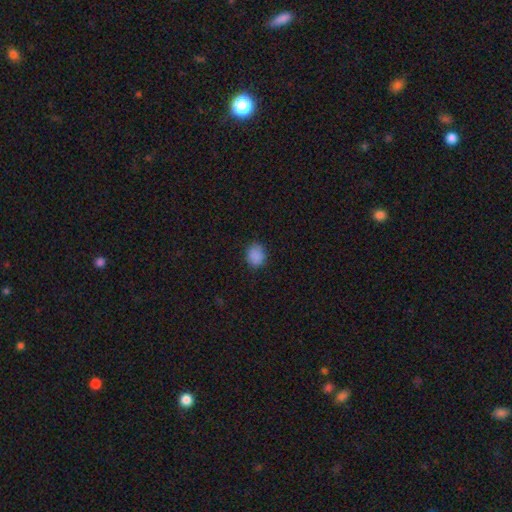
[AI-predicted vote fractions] A smooth galaxy with no disk features (87%) that is round (60%). Merging: none (83%).